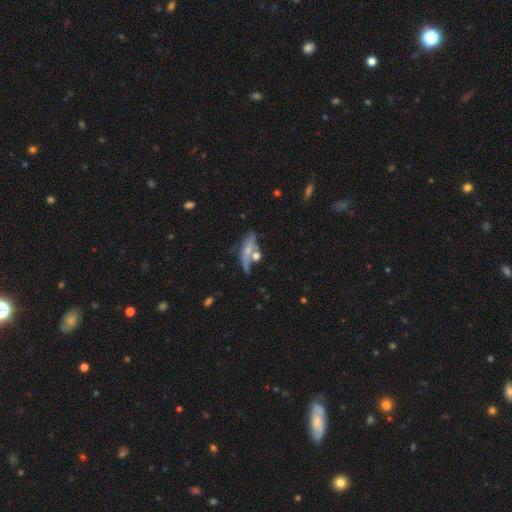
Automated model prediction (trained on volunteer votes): A smooth galaxy with no disk features (47%).

Vote fractions:
- Smooth or featured? smooth: 47% / featured or disk: 44% / star or artifact: 9%
- Merging? none: 43% / merger: 26% / minor disturbance: 19% / major disturbance: 12%